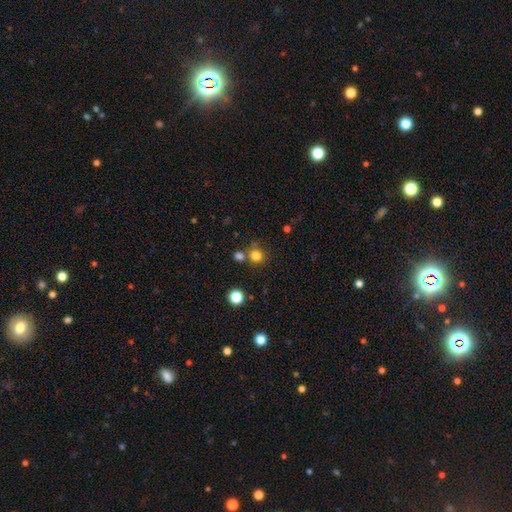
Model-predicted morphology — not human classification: smooth 79%, star or artifact 15%, featured or disk 6%. Down the decision tree: how rounded — round (91%); merging — none (69%).